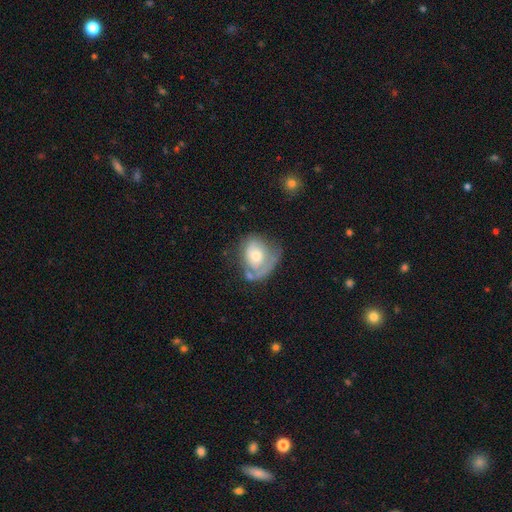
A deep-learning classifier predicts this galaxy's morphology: A featured or disk galaxy (54%) with no bar (78%), spiral arms (61%) and a moderate central bulge (59%). Merging: none (40%).